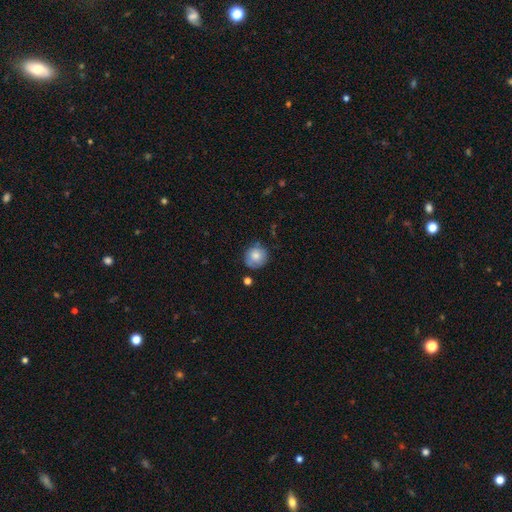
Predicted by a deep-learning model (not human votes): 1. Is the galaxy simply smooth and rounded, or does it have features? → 78% smooth, 14% featured or disk, 8% star or artifact.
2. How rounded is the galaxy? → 88% round, 11% in between, 1% cigar-shaped.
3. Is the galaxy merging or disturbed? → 71% none, 20% minor disturbance, 4% major disturbance, 4% merger.